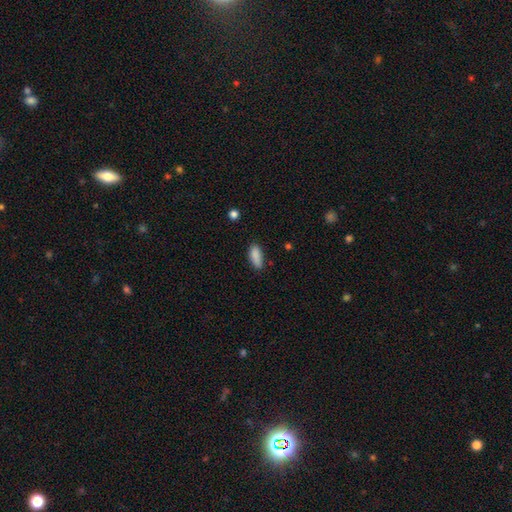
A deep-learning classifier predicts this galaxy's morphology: Q: Smooth or featured?
A: smooth (88%); runner-up: star or artifact (7%)
Q: How rounded?
A: in between (78%); runner-up: cigar-shaped (20%)
Q: Merging?
A: none (77%); runner-up: minor disturbance (18%)